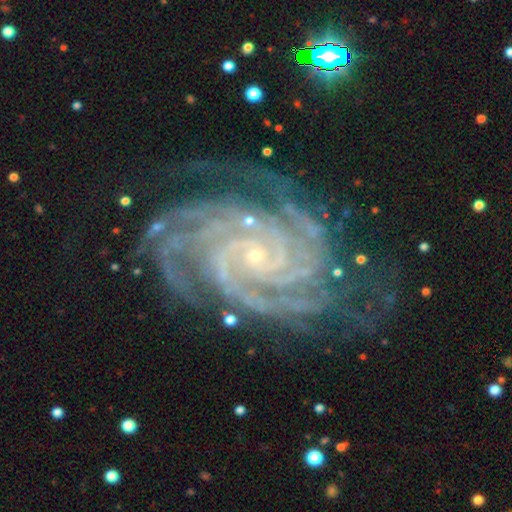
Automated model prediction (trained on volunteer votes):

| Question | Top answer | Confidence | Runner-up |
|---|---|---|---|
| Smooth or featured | featured or disk | 94% | star or artifact (4%) |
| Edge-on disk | no | 98% | yes (2%) |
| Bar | no | 67% | weak (20%) |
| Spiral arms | yes | 99% | no (1%) |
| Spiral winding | tight | 82% | medium (16%) |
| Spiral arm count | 4 | 29% | more than 4 (19%) |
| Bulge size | small | 88% | moderate (8%) |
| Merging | none | 76% | minor disturbance (17%) |